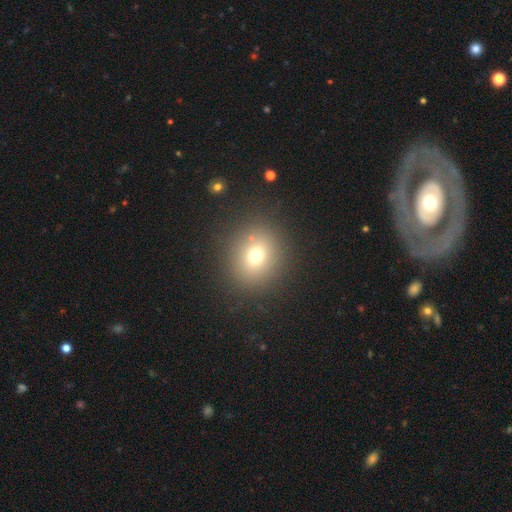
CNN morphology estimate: Smooth or featured? Predicted: smooth (p=0.70). How rounded? Predicted: round (p=0.81). Merging? Predicted: none (p=0.86).